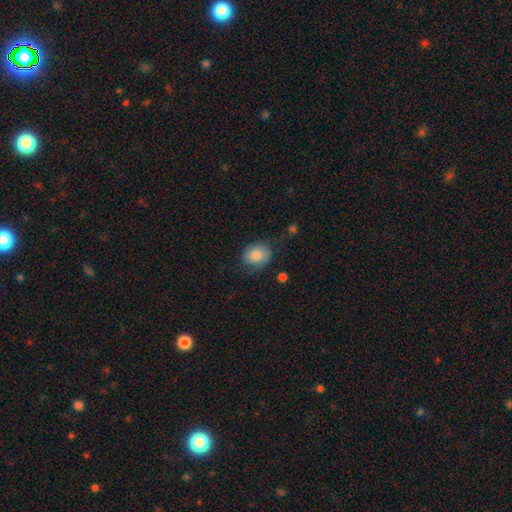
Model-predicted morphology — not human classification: Smooth or featured: smooth — 75% (featured or disk — 17%)
How rounded: round — 53% (in between — 46%)
Merging: none — 62% (minor disturbance — 26%)